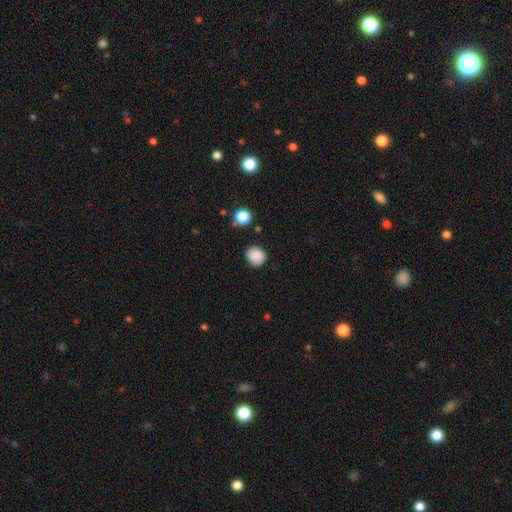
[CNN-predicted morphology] smooth_or_featured: smooth (p=0.86) [alt: star or artifact p=0.09]
how_rounded: round (p=0.85) [alt: in between p=0.14]
merging: none (p=0.86) [alt: minor disturbance p=0.10]